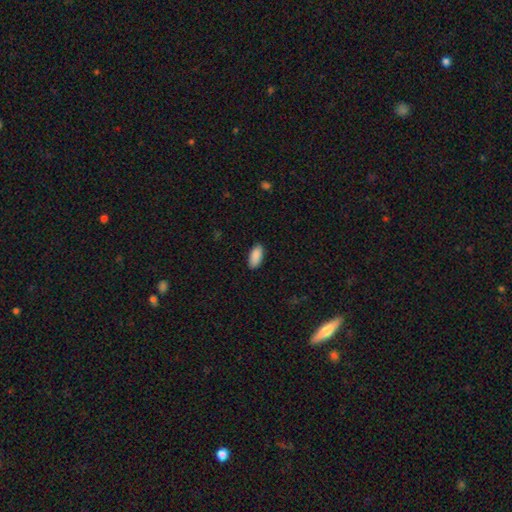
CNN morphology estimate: smooth 91%, star or artifact 6%, featured or disk 3%. Down the decision tree: how rounded — in between (91%); merging — none (88%).